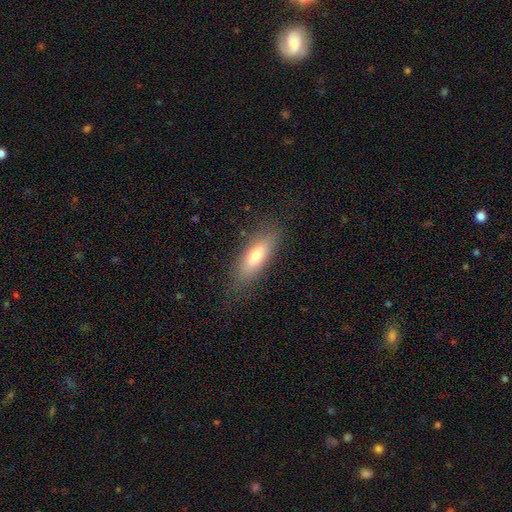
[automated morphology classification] The model was most divided on "how rounded": in between: 58%, cigar-shaped: 39%, round: 3%. More confident: merging — none (81%); smooth or featured — smooth (71%).